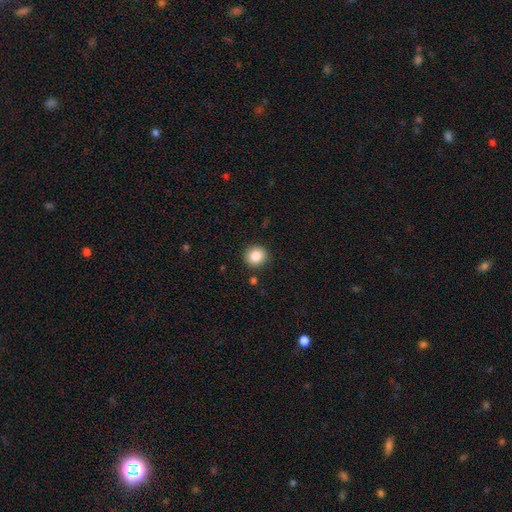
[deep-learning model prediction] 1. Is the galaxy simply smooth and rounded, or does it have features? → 86% smooth, 9% star or artifact, 4% featured or disk.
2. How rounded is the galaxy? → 89% round, 10% in between, 1% cigar-shaped.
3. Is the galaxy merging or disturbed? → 89% none, 7% minor disturbance, 2% major disturbance, 2% merger.